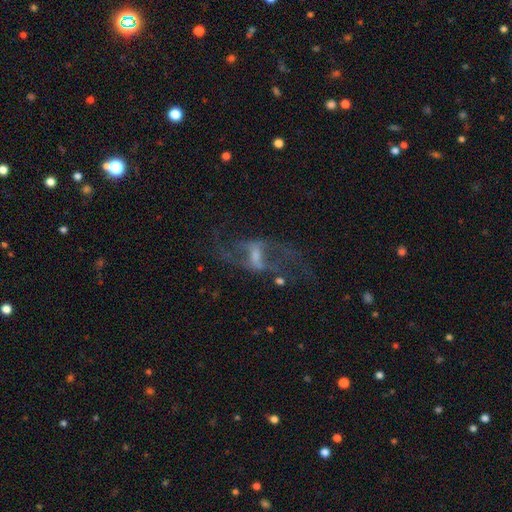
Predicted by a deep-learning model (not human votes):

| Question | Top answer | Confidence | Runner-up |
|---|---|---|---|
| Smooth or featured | featured or disk | 79% | smooth (11%) |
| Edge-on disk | no | 93% | yes (7%) |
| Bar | weak | 46% | strong (34%) |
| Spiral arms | yes | 78% | no (22%) |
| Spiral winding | loose | 71% | medium (24%) |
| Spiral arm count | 2 | 84% | can't tell (8%) |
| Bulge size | small | 48% | moderate (33%) |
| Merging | none | 56% | major disturbance (25%) |